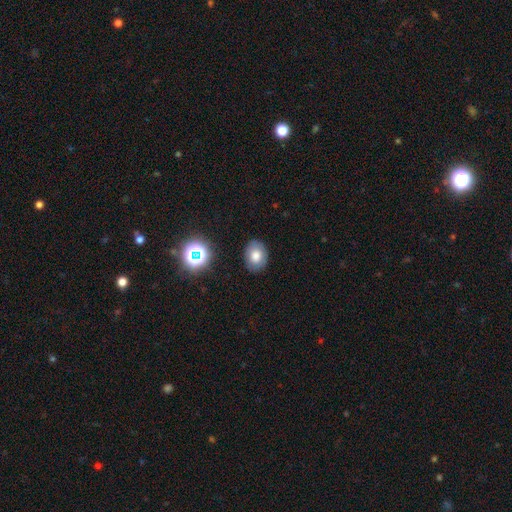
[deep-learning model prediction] A smooth galaxy with no disk features (73%) that is in between round and cigar-shaped (62%). Merging: none (85%).